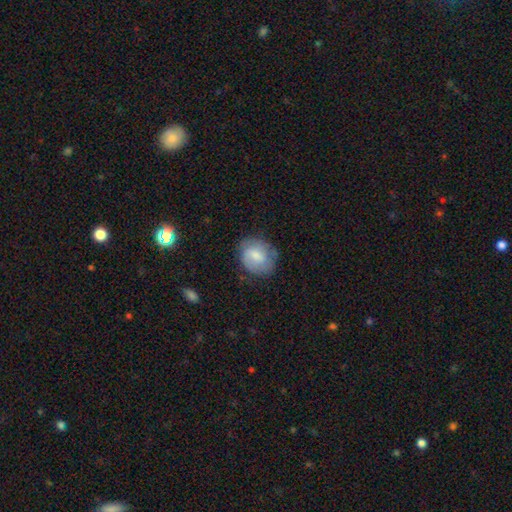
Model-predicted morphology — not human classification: Smooth or featured?
  - smooth: 64% *
  - featured or disk: 28%
  - star or artifact: 7%
How rounded?
  - round: 64% *
  - in between: 35%
  - cigar-shaped: 1%
Merging?
  - none: 69% *
  - minor disturbance: 22%
  - major disturbance: 7%
  - merger: 2%